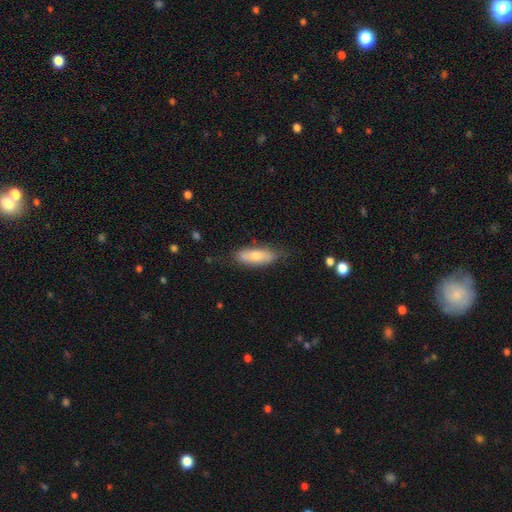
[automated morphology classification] The model was most divided on "how rounded": in between: 64%, cigar-shaped: 33%, round: 2%. More confident: merging — none (74%); smooth or featured — smooth (64%).